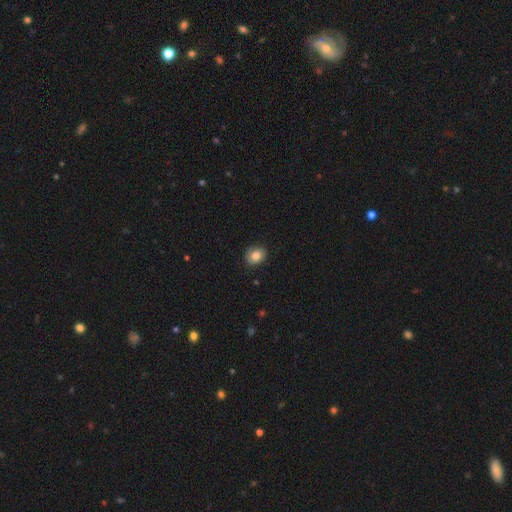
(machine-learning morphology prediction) smooth_or_featured: smooth (p=0.81) [alt: featured or disk p=0.11]
how_rounded: in between (p=0.54) [alt: round p=0.45]
merging: none (p=0.76) [alt: minor disturbance p=0.18]